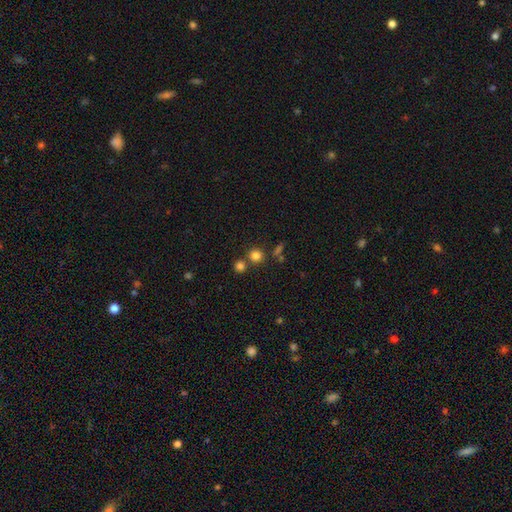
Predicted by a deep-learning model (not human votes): Smooth or featured?
  - smooth: 78% *
  - star or artifact: 15%
  - featured or disk: 6%
How rounded?
  - round: 91% *
  - in between: 8%
  - cigar-shaped: 1%
Merging?
  - none: 69% *
  - merger: 21%
  - minor disturbance: 7%
  - major disturbance: 3%